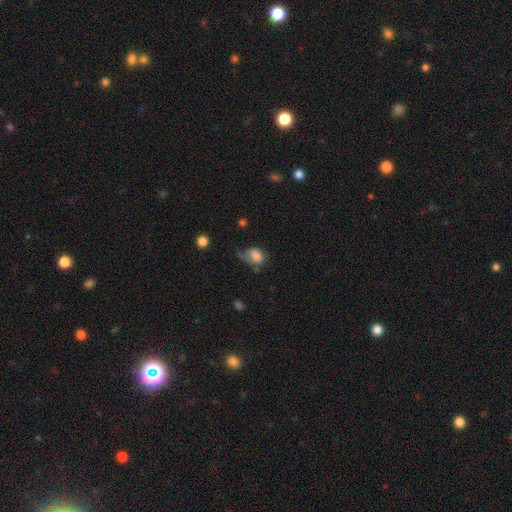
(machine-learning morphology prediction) This appears to be a smooth galaxy with no disk features (72%) that is in between round and cigar-shaped (74%). Merging: major disturbance (32%, tied with none and minor disturbance).